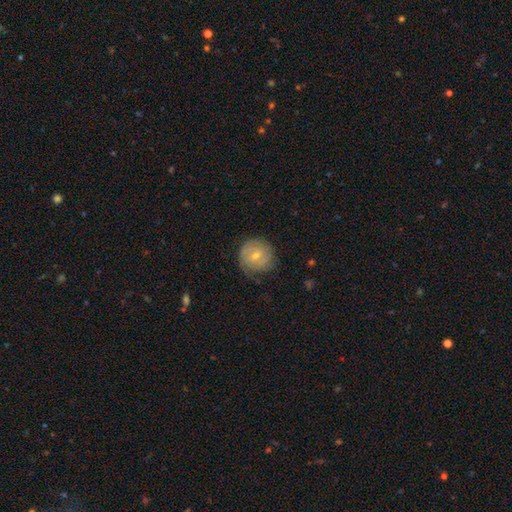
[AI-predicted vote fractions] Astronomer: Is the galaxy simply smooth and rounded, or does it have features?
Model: featured or disk — 54% (runner-up: smooth, 39%).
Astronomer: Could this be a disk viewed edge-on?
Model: no — 97%.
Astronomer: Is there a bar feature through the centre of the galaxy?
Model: no — 57% (runner-up: weak, 36%).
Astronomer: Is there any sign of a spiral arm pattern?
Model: yes — 80%.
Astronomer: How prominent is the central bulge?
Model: small — 55% (runner-up: moderate, 42%).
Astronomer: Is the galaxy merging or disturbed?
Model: none — 71%.